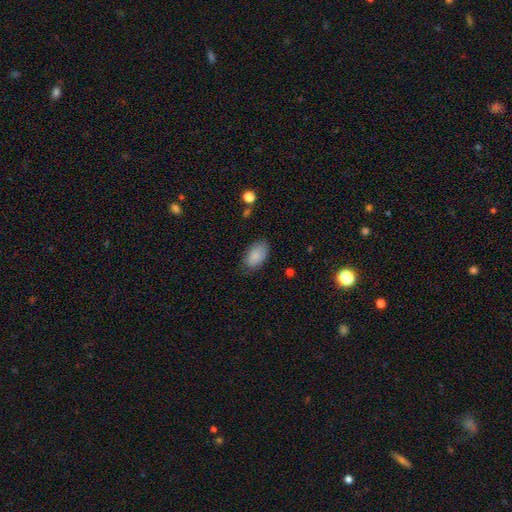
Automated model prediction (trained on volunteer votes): A smooth galaxy with no disk features (86%) that is in between round and cigar-shaped (93%).

Vote fractions:
- Smooth or featured? smooth: 86% / featured or disk: 8% / star or artifact: 7%
- How rounded? in between: 93% / round: 5% / cigar-shaped: 1%
- Merging? none: 77% / minor disturbance: 18% / major disturbance: 4% / merger: 1%